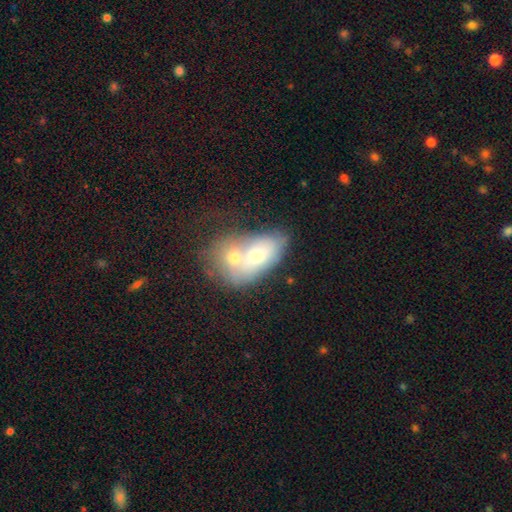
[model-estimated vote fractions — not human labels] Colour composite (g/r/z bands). It shows a smooth galaxy with no disk features (59%) that is in between round and cigar-shaped (77%). Merging: merger (73%).